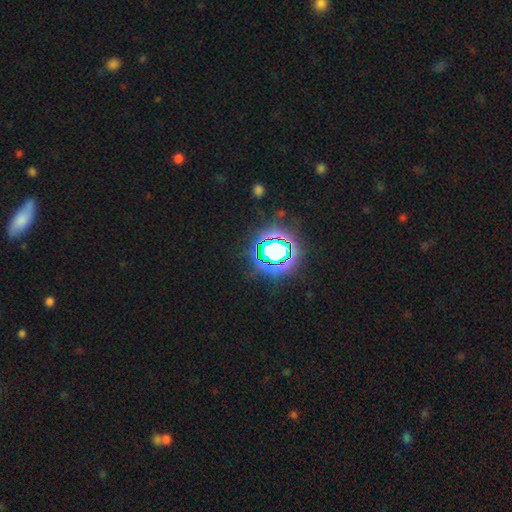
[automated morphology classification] A star or artifact, not a galaxy (82%).

Vote fractions:
- Smooth or featured? star or artifact: 82% / smooth: 11% / featured or disk: 7%